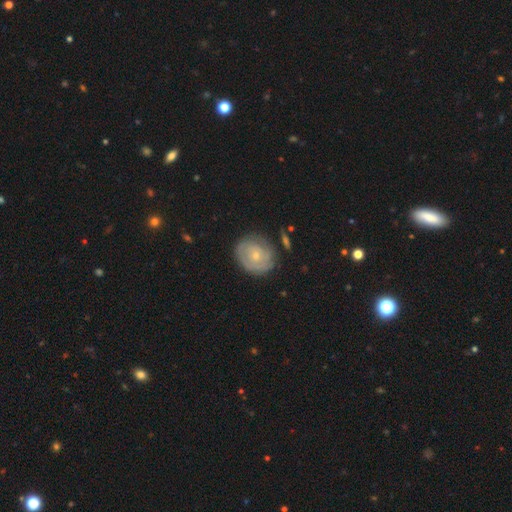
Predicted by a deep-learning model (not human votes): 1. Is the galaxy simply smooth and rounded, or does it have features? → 60% featured or disk, 34% smooth, 7% star or artifact.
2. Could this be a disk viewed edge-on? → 97% no, 3% yes.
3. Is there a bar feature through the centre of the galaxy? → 82% no, 15% weak, 3% strong.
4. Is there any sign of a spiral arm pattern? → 72% yes, 28% no.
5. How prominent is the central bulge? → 71% small, 26% moderate, 2% none, 1% large, 1% dominant.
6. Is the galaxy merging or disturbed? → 75% none, 17% minor disturbance, 5% major disturbance, 2% merger.